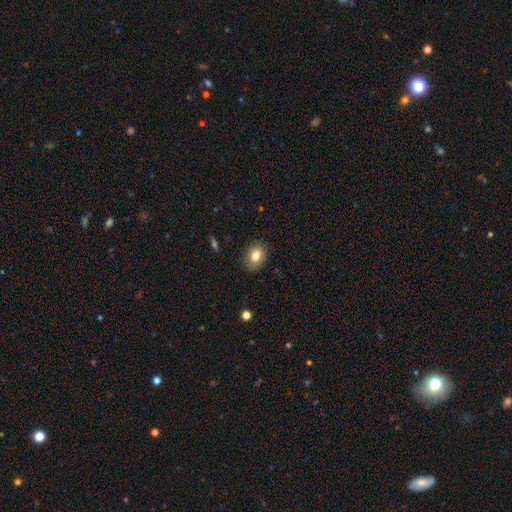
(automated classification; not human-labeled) This is clearly a smooth galaxy (81%). How rounded: likely in between (70%). Merging: clearly none (86%).